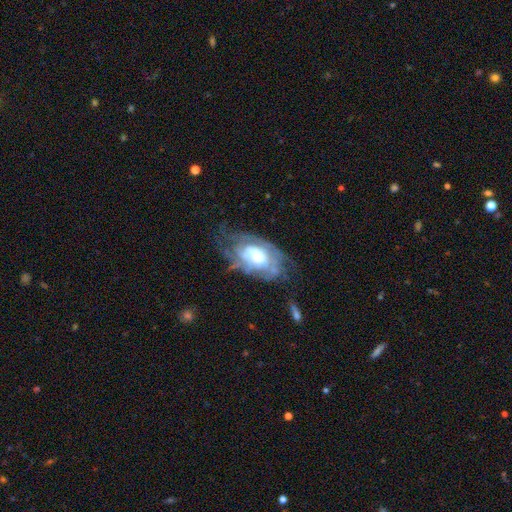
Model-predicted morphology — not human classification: This appears to be a featured or disk galaxy (73%) with no bar (67%), tight (54%) spiral arms (73%) and a large central bulge (41%). Merging: none (47%).